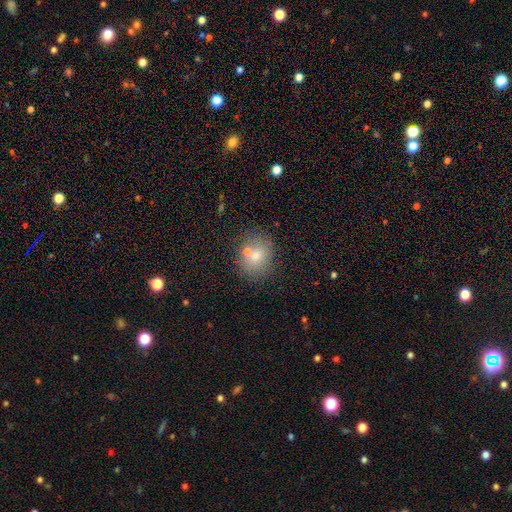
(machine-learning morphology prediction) Q: Smooth or featured?
A: smooth (68%); runner-up: star or artifact (16%)
Q: How rounded?
A: round (67%); runner-up: in between (32%)
Q: Merging?
A: none (70%); runner-up: merger (15%)